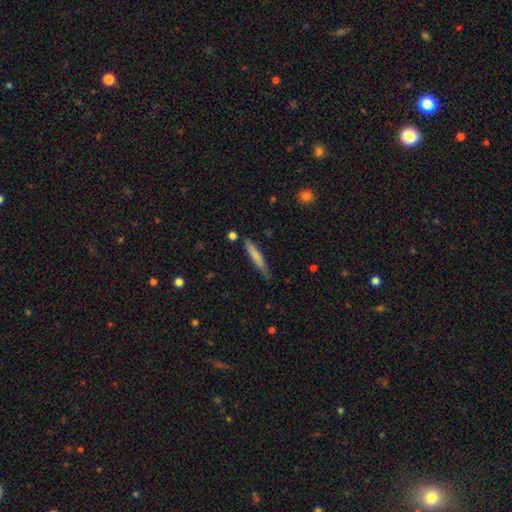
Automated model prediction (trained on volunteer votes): smooth-or-featured: smooth: 71% | featured or disk: 23% | star or artifact: 6%
  how-rounded: cigar-shaped: 91% | in between: 8% | round: 1%
  merging: none: 73% | minor disturbance: 20% | merger: 4% | major disturbance: 3%